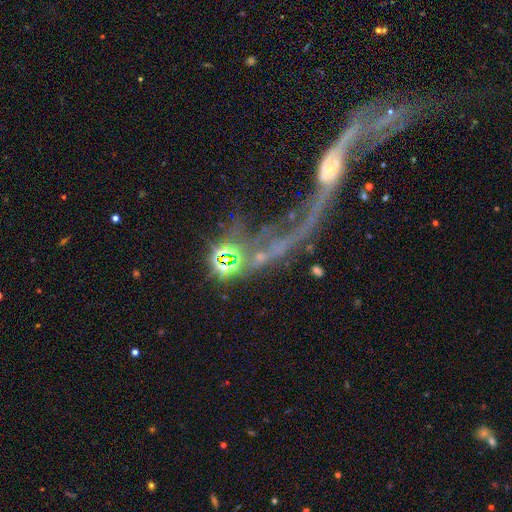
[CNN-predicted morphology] The model was most divided on "bulge size": small: 43%, moderate: 31%, none: 12%, large: 8%, dominant: 5%. Remaining: edge-on disk — no (82%); smooth or featured — featured or disk (70%); spiral arms — yes (69%); bar — no (58%); merging — merger (42%).